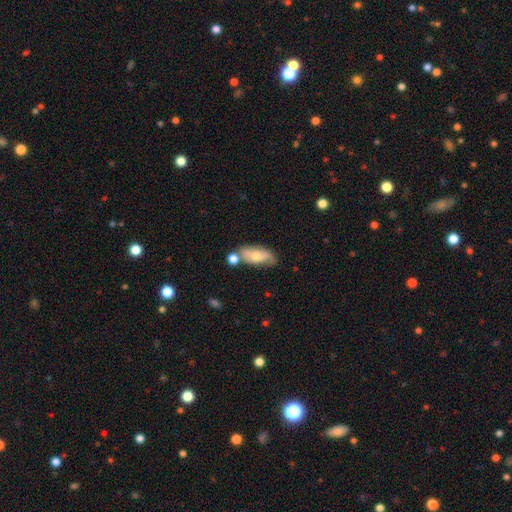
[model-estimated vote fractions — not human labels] The model was most divided on "smooth or featured": smooth: 54%, featured or disk: 39%, star or artifact: 7%. Remaining: how rounded — in between (83%); merging — none (47%).